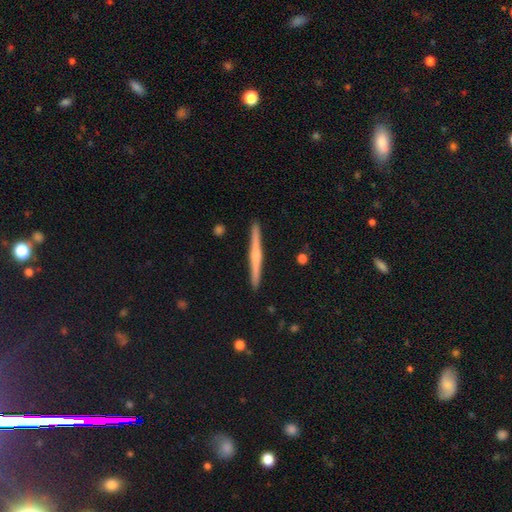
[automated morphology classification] smooth_or_featured: featured or disk (p=0.70) [alt: smooth p=0.25]
disk_edge_on: yes (p=0.98) [alt: no p=0.02]
edge_on_bulge: rounded (p=0.79) [alt: none p=0.15]
merging: none (p=0.92) [alt: minor disturbance p=0.05]